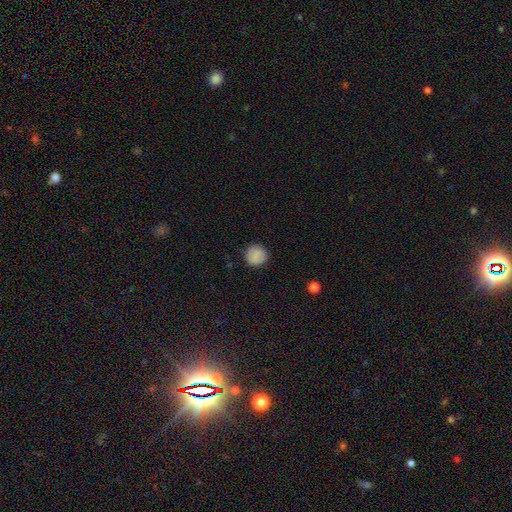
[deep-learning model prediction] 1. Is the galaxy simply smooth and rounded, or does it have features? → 85% smooth, 9% star or artifact, 6% featured or disk.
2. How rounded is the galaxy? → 93% round, 6% in between, 1% cigar-shaped.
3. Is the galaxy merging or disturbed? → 88% none, 8% minor disturbance, 2% major disturbance, 1% merger.